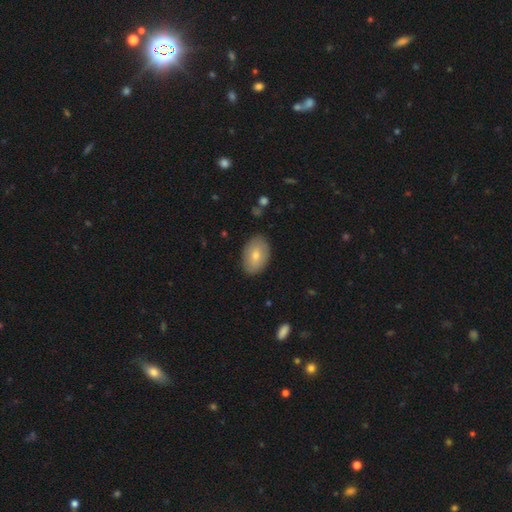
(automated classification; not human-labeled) Smooth or featured: smooth — 72% (featured or disk — 22%)
How rounded: in between — 90% (round — 9%)
Merging: none — 85% (minor disturbance — 11%)